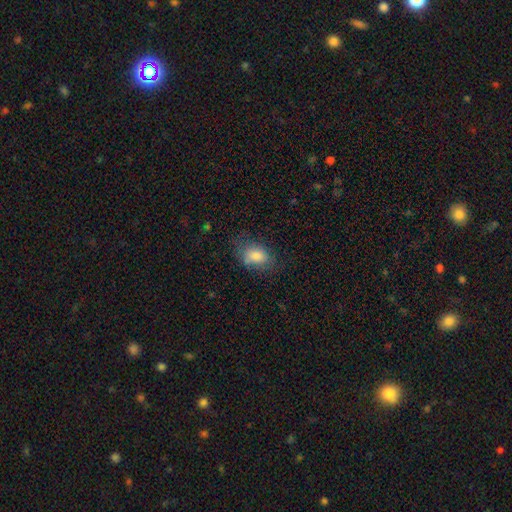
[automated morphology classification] This appears to be a smooth galaxy with no disk features (79%) that is in between round and cigar-shaped (81%). Merging: none (63%).